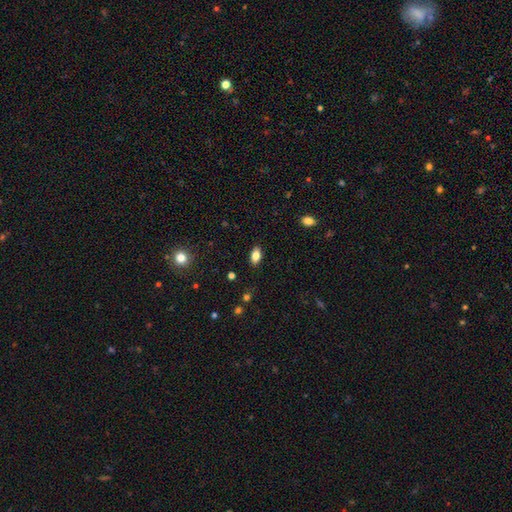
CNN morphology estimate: smooth 81%, featured or disk 9%, star or artifact 9%. Down the decision tree: how rounded — in between (90%); merging — none (88%).